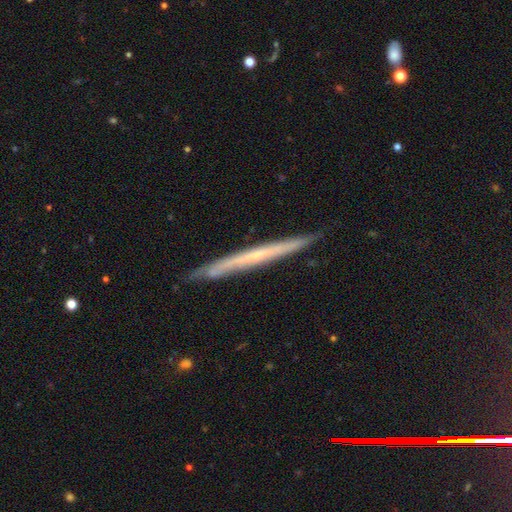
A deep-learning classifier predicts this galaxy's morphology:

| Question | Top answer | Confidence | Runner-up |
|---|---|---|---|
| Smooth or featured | featured or disk | 64% | smooth (30%) |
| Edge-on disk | yes | 95% | no (5%) |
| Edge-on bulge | none | 76% | rounded (20%) |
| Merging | none | 86% | minor disturbance (11%) |